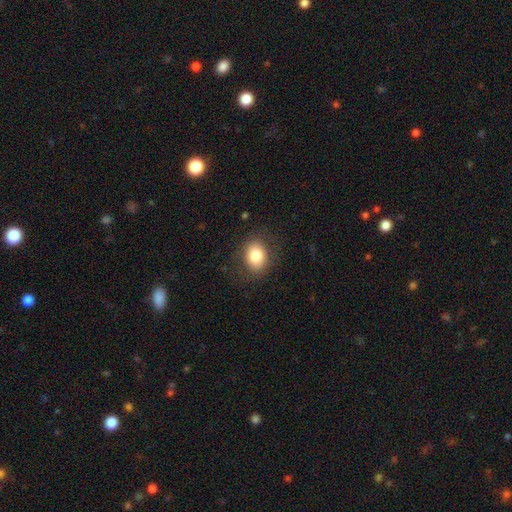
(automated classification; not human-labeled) smooth_or_featured: smooth (p=0.81) [alt: featured or disk p=0.10]
how_rounded: in between (p=0.52) [alt: round p=0.47]
merging: none (p=0.82) [alt: minor disturbance p=0.12]